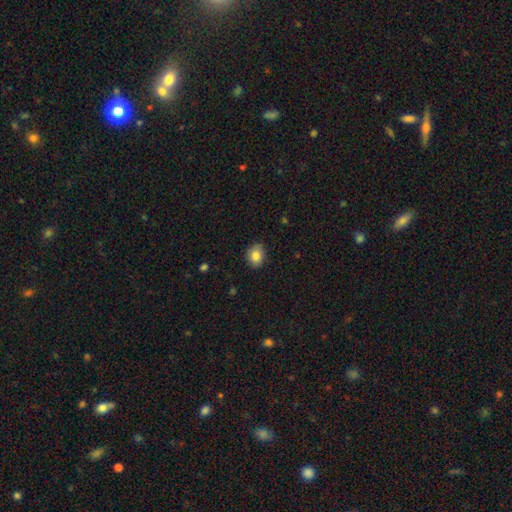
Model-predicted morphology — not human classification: Smooth or featured? Predicted: smooth (p=0.84). How rounded? Predicted: in between (p=0.59). Merging? Predicted: none (p=0.86).